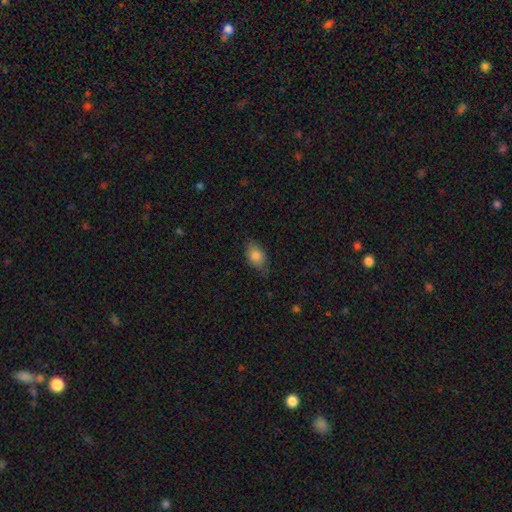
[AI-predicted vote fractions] The model was most divided on "merging": none: 69%, minor disturbance: 25%, major disturbance: 5%, merger: 1%. More confident: how rounded — in between (83%); smooth or featured — smooth (80%).